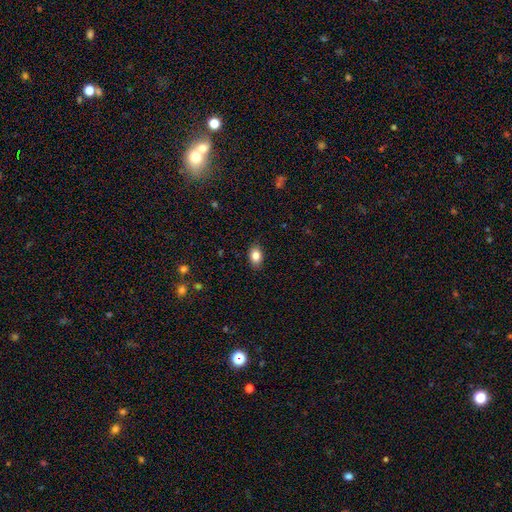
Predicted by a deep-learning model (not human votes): A smooth galaxy with no disk features (84%) that is in between round and cigar-shaped (82%).

Vote fractions:
- Smooth or featured? smooth: 84% / star or artifact: 9% / featured or disk: 8%
- How rounded? in between: 82% / round: 16% / cigar-shaped: 1%
- Merging? none: 87% / minor disturbance: 10% / major disturbance: 2% / merger: 1%